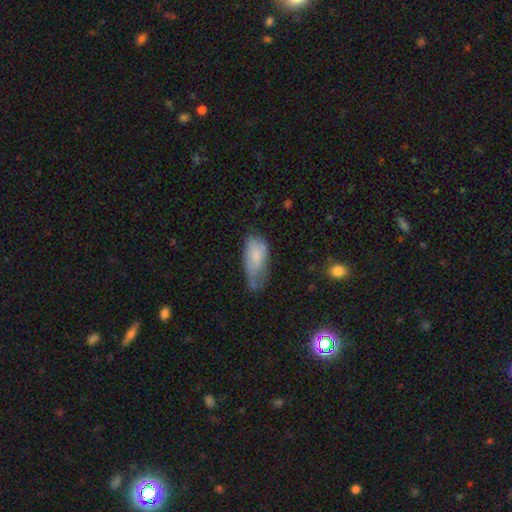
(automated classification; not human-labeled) smooth_or_featured: smooth (p=0.69) [alt: featured or disk p=0.23]
how_rounded: in between (p=0.88) [alt: cigar-shaped p=0.09]
merging: minor disturbance (p=0.42) [alt: none p=0.28]